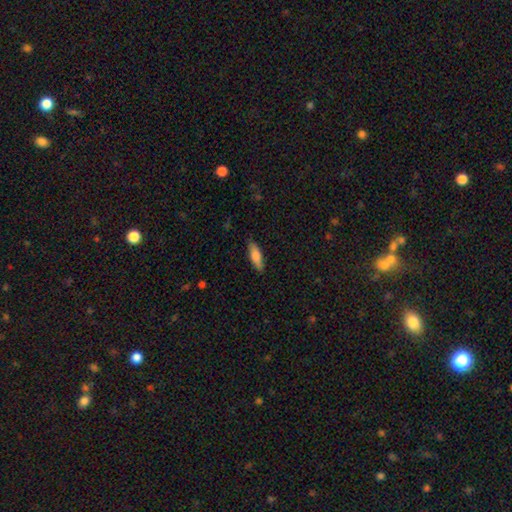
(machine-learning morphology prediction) smooth-or-featured: smooth: 76% | featured or disk: 18% | star or artifact: 6%
  how-rounded: cigar-shaped: 53% | in between: 45% | round: 2%
  merging: none: 85% | minor disturbance: 12% | major disturbance: 2% | merger: 1%